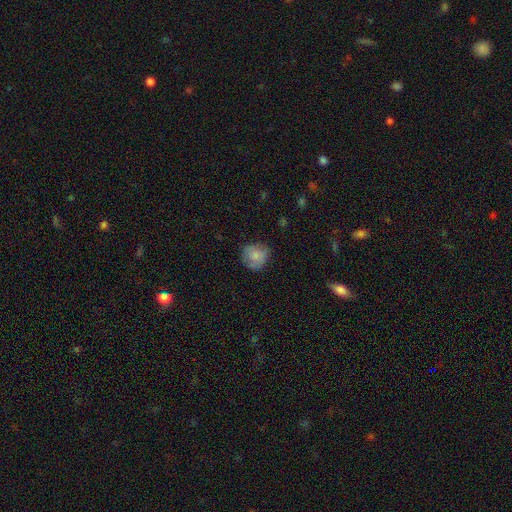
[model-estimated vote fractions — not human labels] Smooth or featured?
  - smooth: 79% *
  - featured or disk: 13%
  - star or artifact: 8%
How rounded?
  - round: 86% *
  - in between: 13%
  - cigar-shaped: 1%
Merging?
  - none: 72% *
  - minor disturbance: 22%
  - major disturbance: 5%
  - merger: 1%